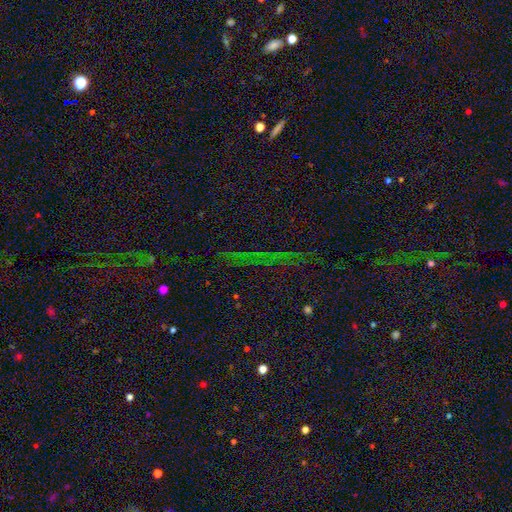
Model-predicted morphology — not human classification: This appears to be a star or artifact, not a galaxy (78%).